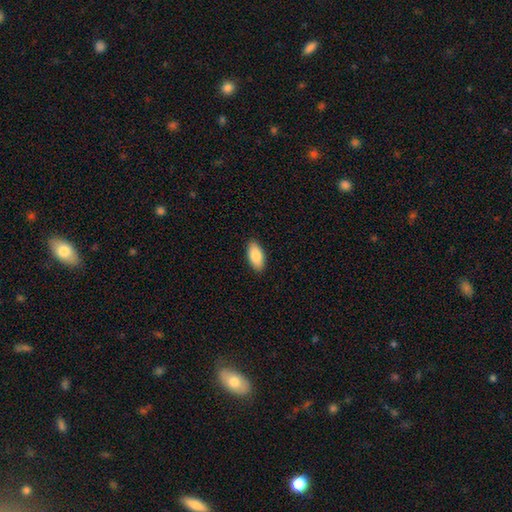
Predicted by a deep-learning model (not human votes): This is clearly a smooth galaxy (87%). How rounded: clearly in between (93%). Merging: clearly none (90%).